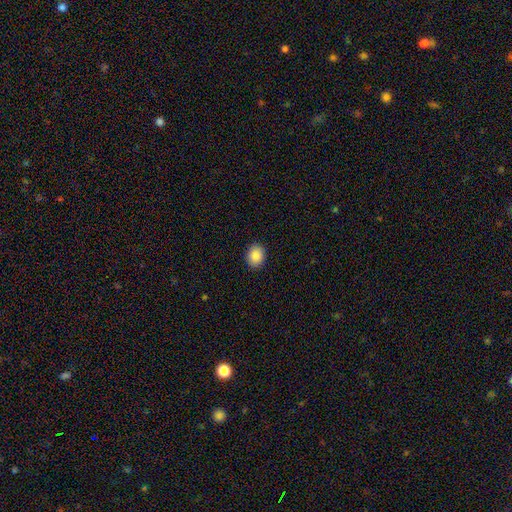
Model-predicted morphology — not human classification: smooth-or-featured: smooth: 88% | star or artifact: 8% | featured or disk: 4%
  how-rounded: round: 56% | in between: 43% | cigar-shaped: 1%
  merging: none: 90% | minor disturbance: 7% | major disturbance: 2% | merger: 1%